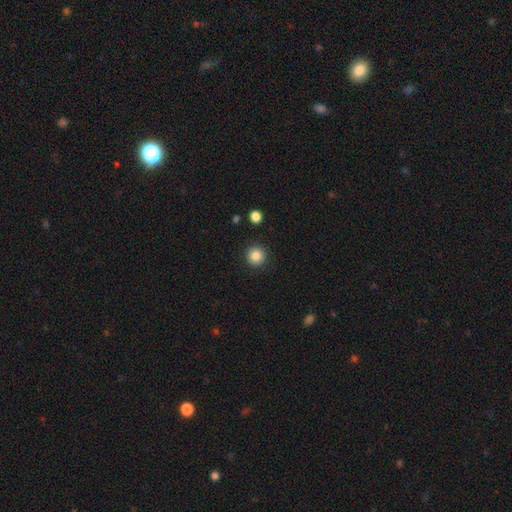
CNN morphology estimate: type=smooth (85%); roundness=round (95%); merging=none (92%).